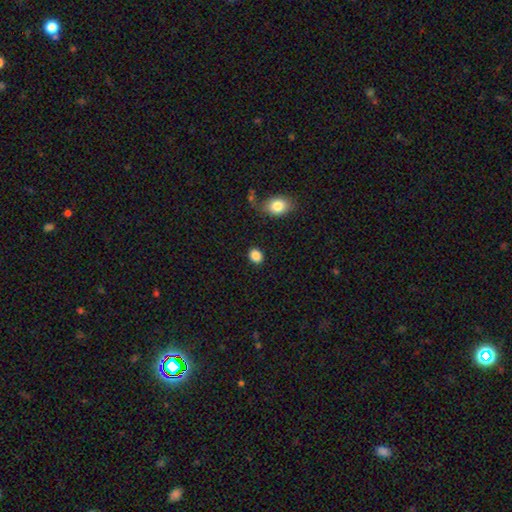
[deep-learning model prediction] Smooth or featured?
  - smooth: 87% *
  - star or artifact: 9%
  - featured or disk: 4%
How rounded?
  - in between: 51% *
  - round: 48%
  - cigar-shaped: 1%
Merging?
  - none: 88% *
  - minor disturbance: 8%
  - major disturbance: 2%
  - merger: 2%